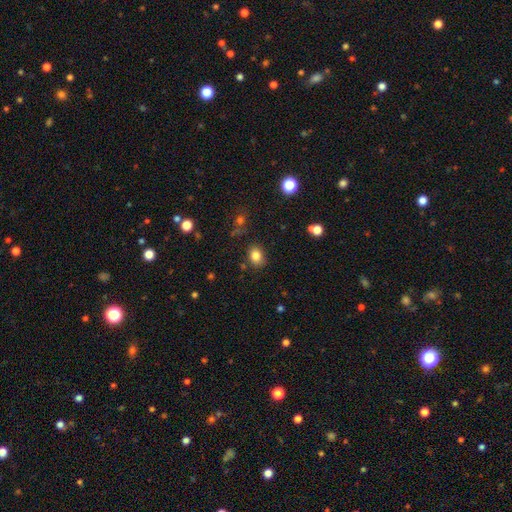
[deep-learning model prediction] A smooth galaxy with no disk features (82%) that is in between round and cigar-shaped (55%).

Vote fractions:
- Smooth or featured? smooth: 82% / star or artifact: 11% / featured or disk: 6%
- How rounded? in between: 55% / round: 44% / cigar-shaped: 1%
- Merging? none: 82% / minor disturbance: 12% / major disturbance: 3% / merger: 3%